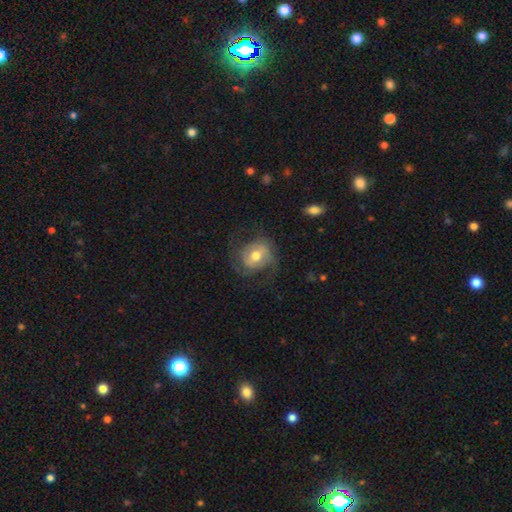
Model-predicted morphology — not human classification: Smooth or featured? Predicted: featured or disk (p=0.62). Edge-on disk? Predicted: no (p=0.96). Bar? Predicted: no (p=0.51). Spiral arms? Predicted: yes (p=0.81). Bulge size? Predicted: moderate (p=0.73). Merging? Predicted: none (p=0.58).